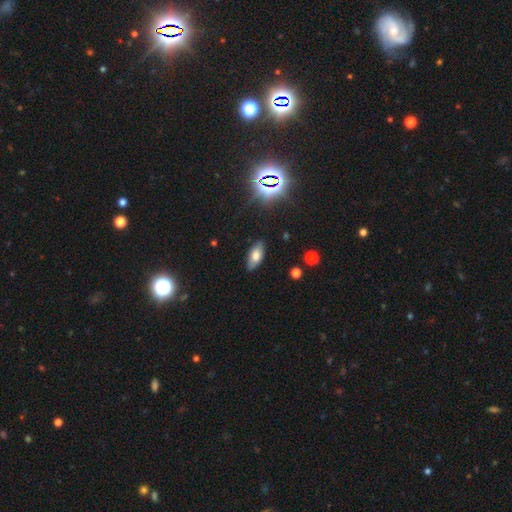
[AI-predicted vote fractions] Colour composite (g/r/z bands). It shows a smooth galaxy with no disk features (71%) that is in between round and cigar-shaped (88%). Merging: none (84%).